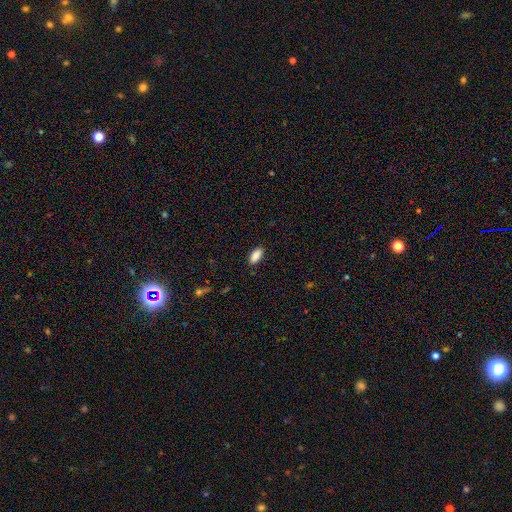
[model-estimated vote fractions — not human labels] A smooth galaxy with no disk features (89%) that is in between round and cigar-shaped (91%). Merging: none (88%).